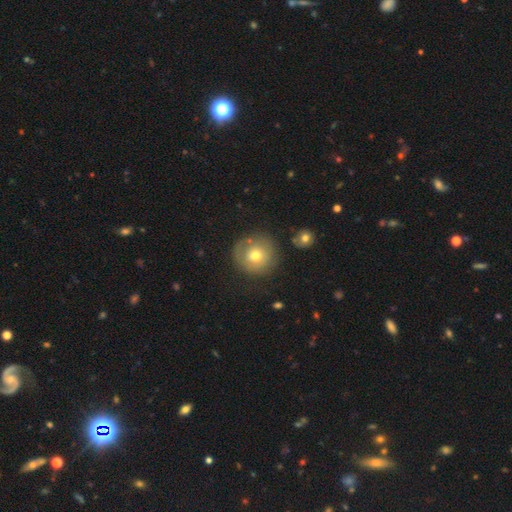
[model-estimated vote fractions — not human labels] This is likely a smooth galaxy (66%). How rounded: clearly round (93%). Merging: likely none (73%).